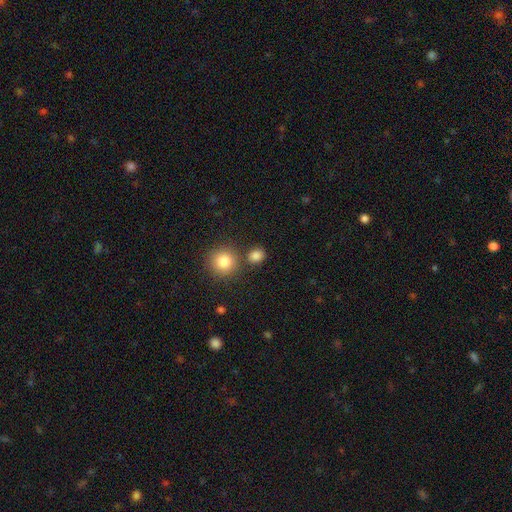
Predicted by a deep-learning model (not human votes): Smooth or featured: smooth — 84% (star or artifact — 12%)
How rounded: round — 68% (in between — 30%)
Merging: none — 75% (merger — 13%)